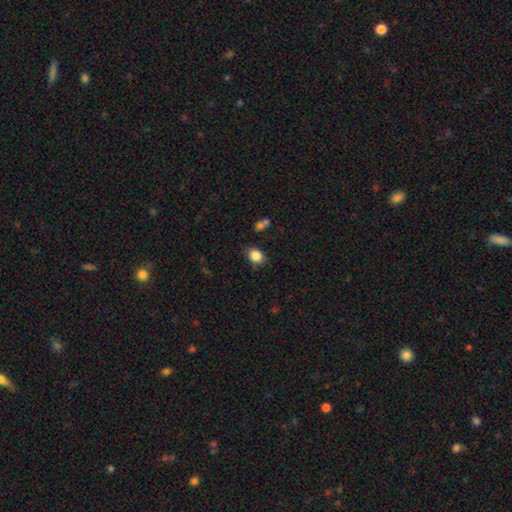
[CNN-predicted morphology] smooth 86%, star or artifact 9%, featured or disk 5%. Down the decision tree: how rounded — in between (59%); merging — none (78%).